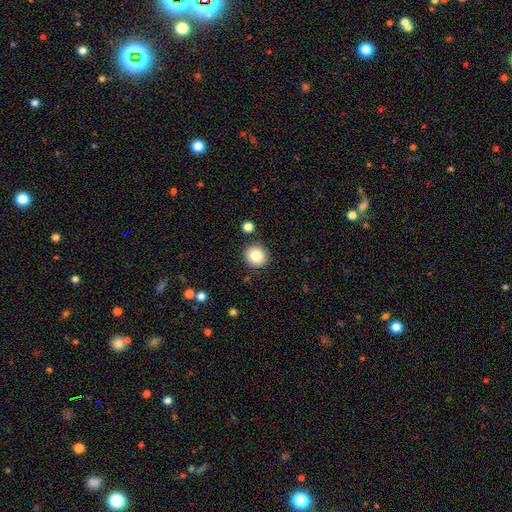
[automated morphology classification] A smooth galaxy with no disk features (83%) that is round (91%). Merging: none (87%).